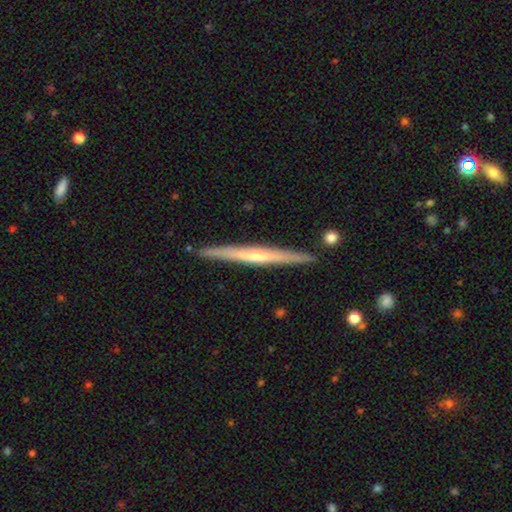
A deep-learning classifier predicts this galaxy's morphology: A featured or disk galaxy (65%) viewed edge-on (97%) with no central bulge (59%).

Vote fractions:
- Smooth or featured? featured or disk: 65% / smooth: 30% / star or artifact: 5%
- Edge-on disk? yes: 97% / no: 3%
- Edge-on bulge? none: 59% / rounded: 33% / boxy: 8%
- Merging? none: 89% / minor disturbance: 8% / merger: 2% / major disturbance: 1%